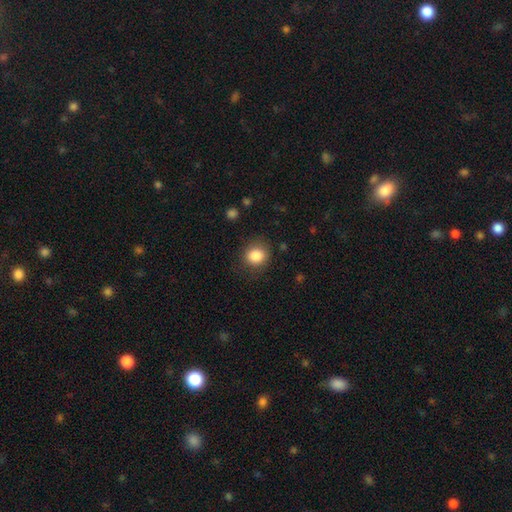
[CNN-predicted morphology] type=smooth (85%); roundness=round (80%); merging=none (82%).